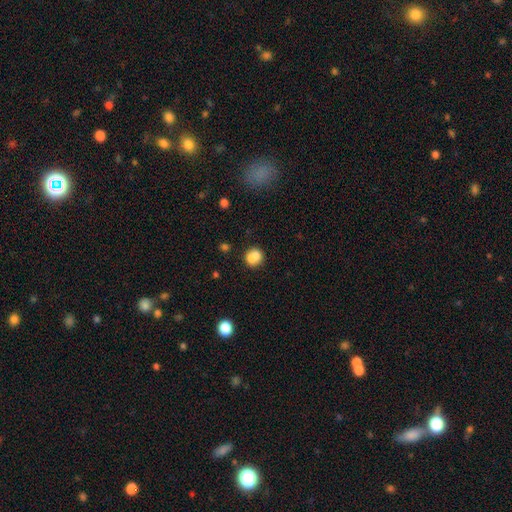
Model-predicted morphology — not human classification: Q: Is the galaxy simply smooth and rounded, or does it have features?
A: smooth — 74%.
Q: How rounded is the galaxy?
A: round — 79%.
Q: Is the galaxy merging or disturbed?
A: merger — 47%.